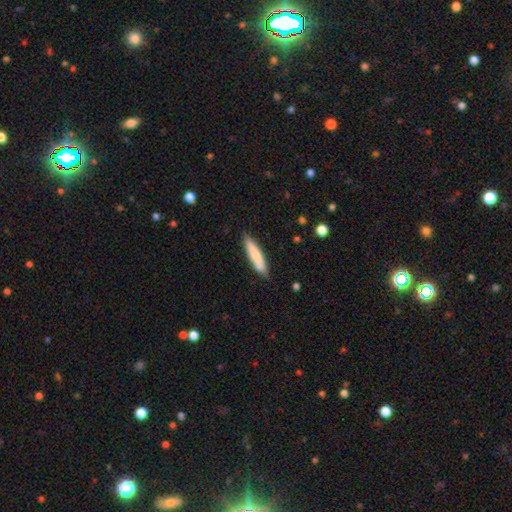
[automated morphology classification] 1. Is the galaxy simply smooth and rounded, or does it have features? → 77% smooth, 18% featured or disk, 6% star or artifact.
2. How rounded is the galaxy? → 82% cigar-shaped, 17% in between, 1% round.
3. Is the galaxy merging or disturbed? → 80% none, 15% minor disturbance, 3% merger, 2% major disturbance.